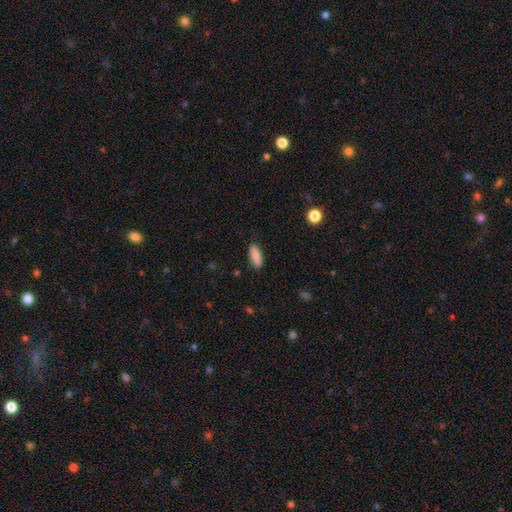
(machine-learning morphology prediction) Q: Smooth or featured?
A: smooth (87%); runner-up: star or artifact (7%)
Q: How rounded?
A: in between (68%); runner-up: cigar-shaped (30%)
Q: Merging?
A: none (87%); runner-up: minor disturbance (9%)